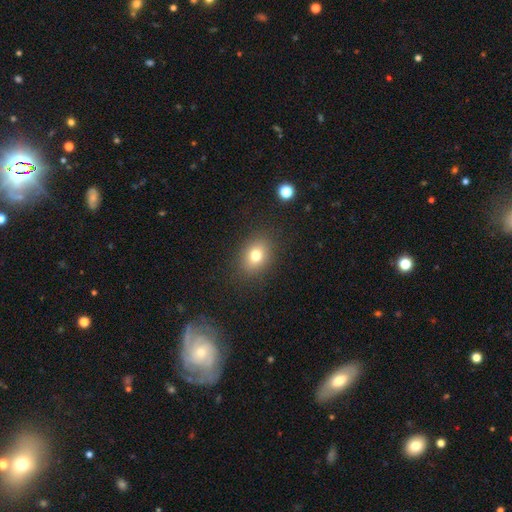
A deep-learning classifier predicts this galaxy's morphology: Overall: smooth (77%). How rounded: in between (61%; round 38%). Merging: none (86%).